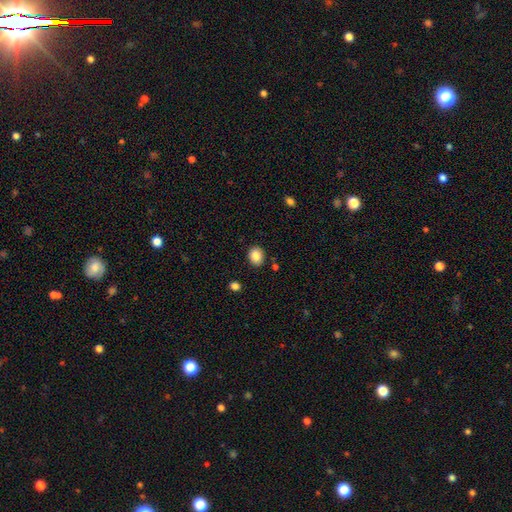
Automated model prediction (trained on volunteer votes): This appears to be a smooth galaxy with no disk features (86%) that is round (58%). Merging: none (88%).